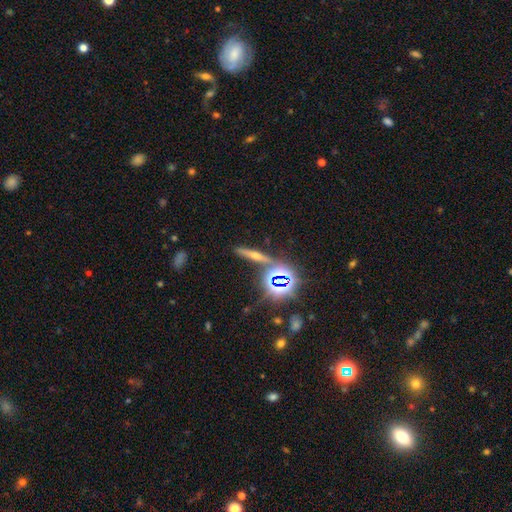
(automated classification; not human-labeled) This is marginally a featured or disk galaxy (43%). Merging: clearly none (80%).